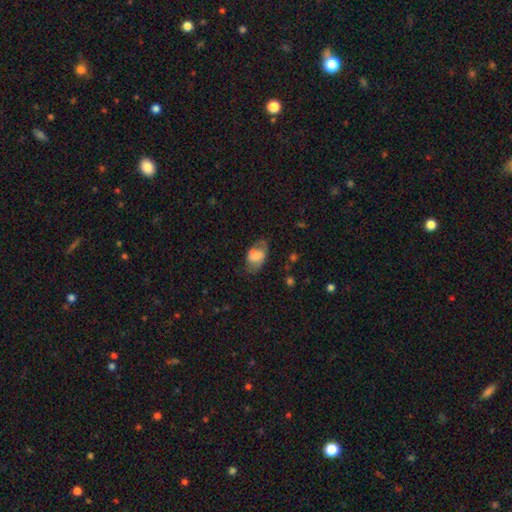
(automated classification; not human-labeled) This is likely a smooth galaxy (60%). How rounded: clearly in between (88%). Merging: possibly none (51%).